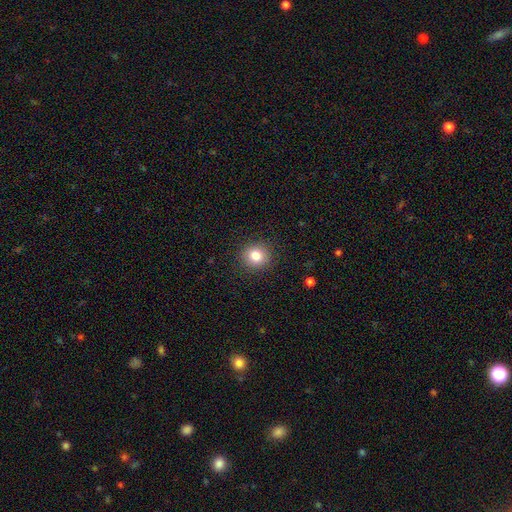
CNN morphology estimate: Smooth or featured? smooth (82%)
How rounded? round (88%)
Merging? none (90%)